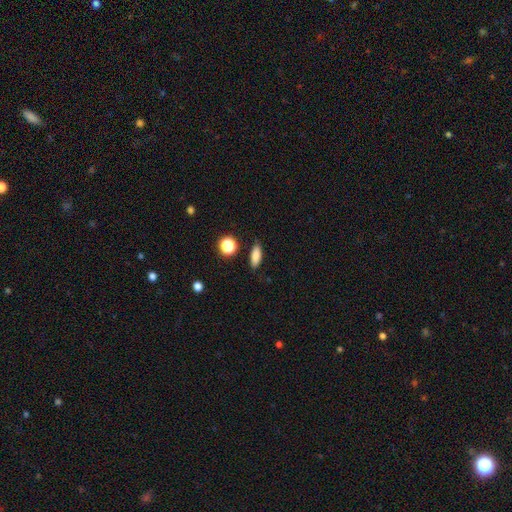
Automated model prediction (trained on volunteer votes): Overall: smooth (84%). How rounded: in between (67%). Merging: none (86%).